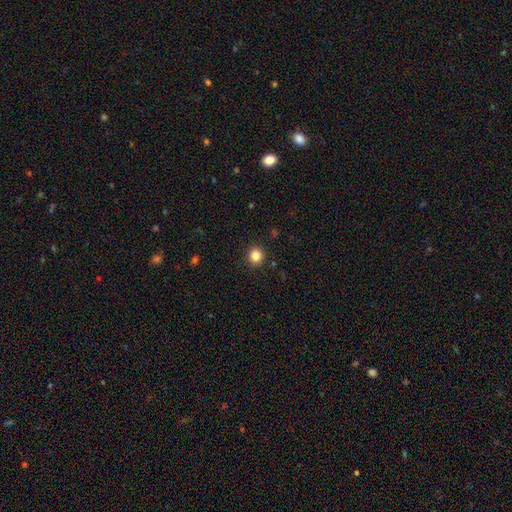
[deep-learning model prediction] Smooth or featured?
  - smooth: 84% *
  - star or artifact: 12%
  - featured or disk: 5%
How rounded?
  - round: 84% *
  - in between: 15%
  - cigar-shaped: 1%
Merging?
  - none: 91% *
  - minor disturbance: 6%
  - major disturbance: 2%
  - merger: 1%